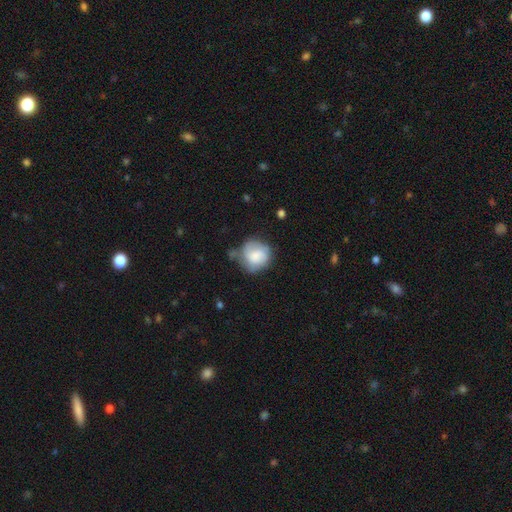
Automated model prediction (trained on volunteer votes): Overall: smooth (70%). How rounded: round (82%). Merging: none (47%; minor disturbance 32%).